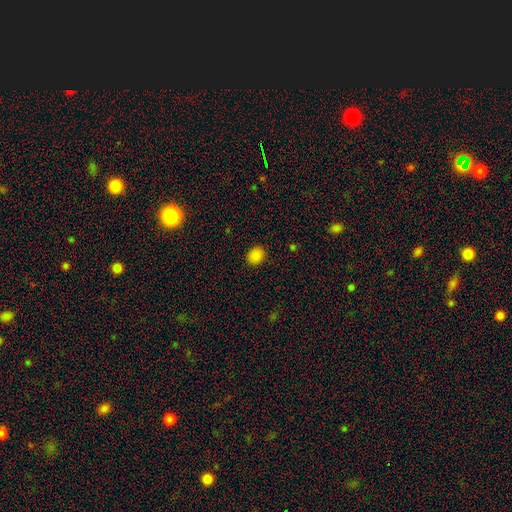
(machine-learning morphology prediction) Smooth or featured? Predicted: smooth (p=0.85). How rounded? Predicted: round (p=0.61). Merging? Predicted: none (p=0.88).